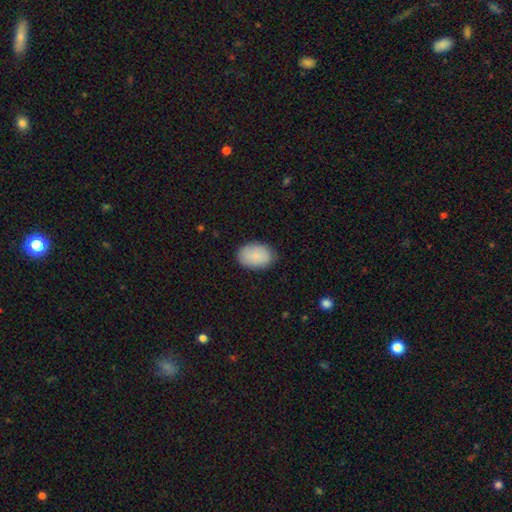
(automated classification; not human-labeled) A smooth galaxy with no disk features (86%) that is in between round and cigar-shaped (86%). Merging: none (84%).